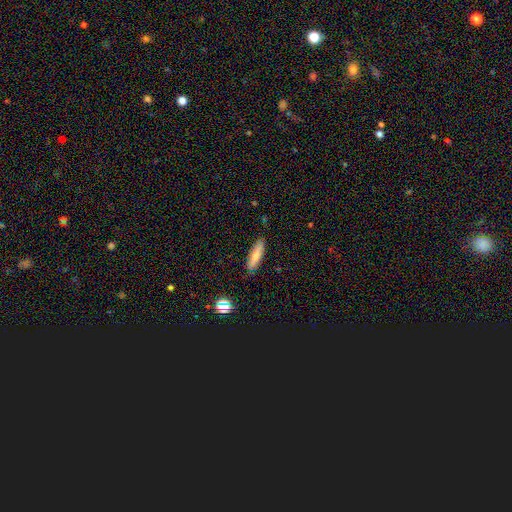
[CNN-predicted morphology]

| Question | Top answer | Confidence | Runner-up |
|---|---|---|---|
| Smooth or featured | smooth | 74% | featured or disk (18%) |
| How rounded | cigar-shaped | 72% | in between (27%) |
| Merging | none | 86% | minor disturbance (11%) |